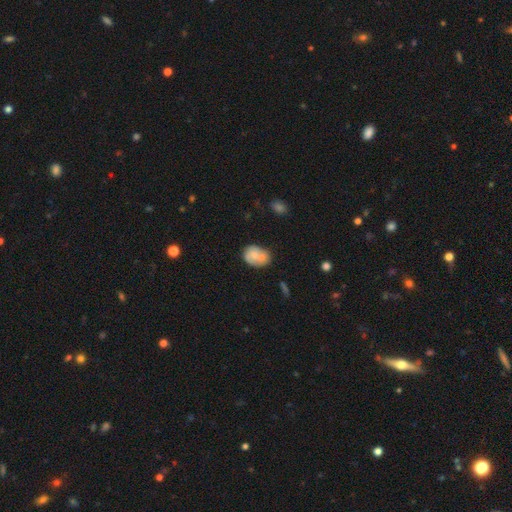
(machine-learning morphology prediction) smooth 51%, featured or disk 41%, star or artifact 7%. Down the decision tree: how rounded — in between (67%); merging — none (44%).